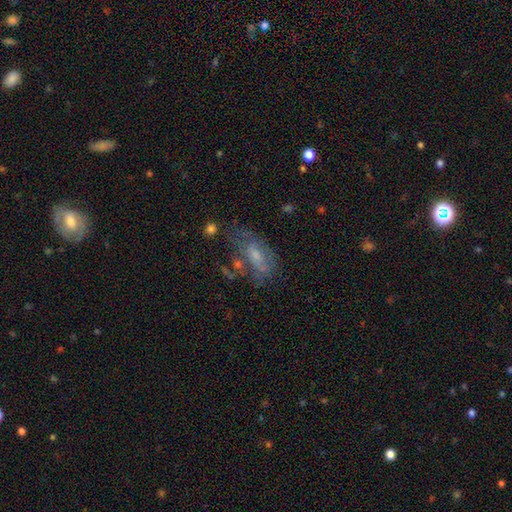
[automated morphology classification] featured or disk 50%, smooth 36%, star or artifact 14%. Down the decision tree: edge-on disk — no (91%); merging — none (40%).